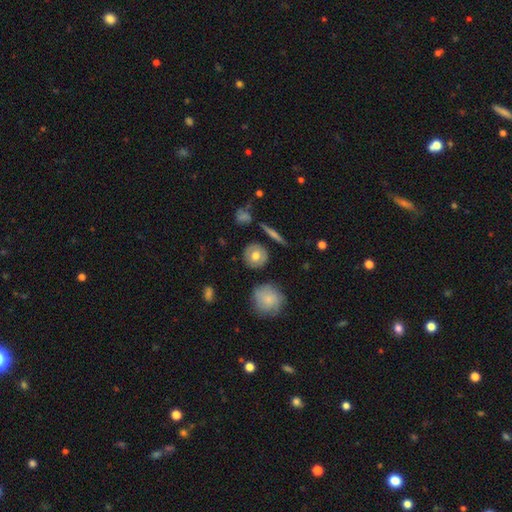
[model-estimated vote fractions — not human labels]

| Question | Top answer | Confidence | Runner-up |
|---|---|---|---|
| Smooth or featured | smooth | 69% | featured or disk (23%) |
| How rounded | round | 90% | in between (8%) |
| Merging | none | 84% | minor disturbance (9%) |